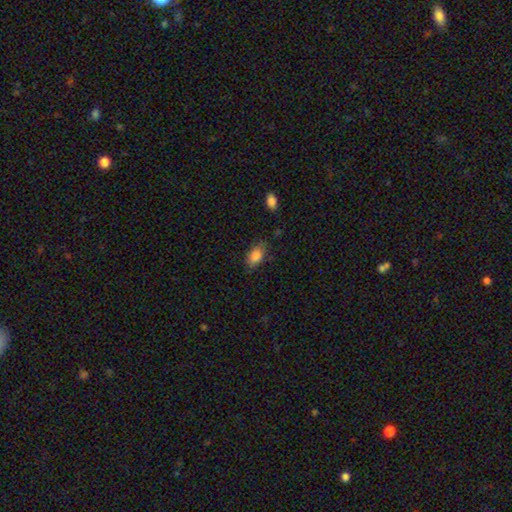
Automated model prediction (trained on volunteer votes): The model was most divided on "merging": none: 76%, minor disturbance: 18%, major disturbance: 4%, merger: 2%. More confident: how rounded — in between (89%); smooth or featured — smooth (86%).